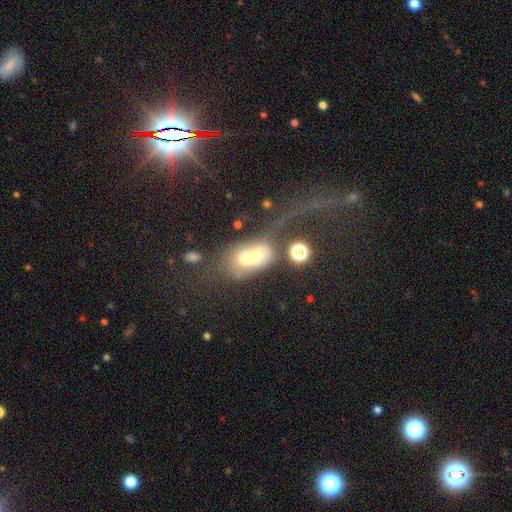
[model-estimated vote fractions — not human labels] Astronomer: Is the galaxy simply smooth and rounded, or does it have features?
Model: smooth — 54% (runner-up: featured or disk, 34%).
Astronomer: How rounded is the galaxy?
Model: in between — 52% (runner-up: round, 46%).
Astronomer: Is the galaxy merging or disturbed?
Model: merger — 69%.